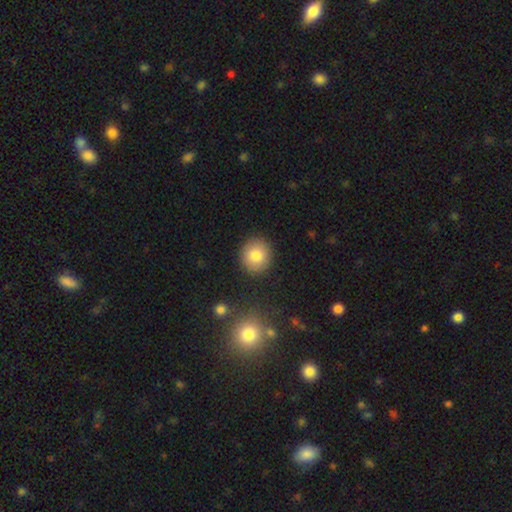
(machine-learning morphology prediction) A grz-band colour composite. It shows a smooth galaxy with no disk features (82%) that is round (88%). Merging: none (90%).